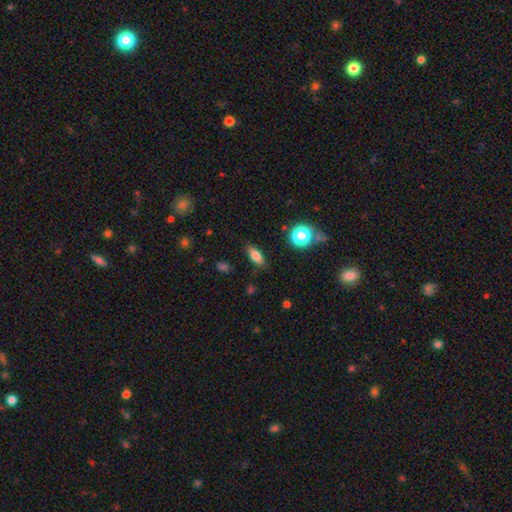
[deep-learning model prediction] Smooth or featured?
  - smooth: 76% *
  - featured or disk: 14%
  - star or artifact: 11%
How rounded?
  - in between: 73% *
  - cigar-shaped: 21%
  - round: 6%
Merging?
  - none: 84% *
  - minor disturbance: 11%
  - major disturbance: 3%
  - merger: 2%